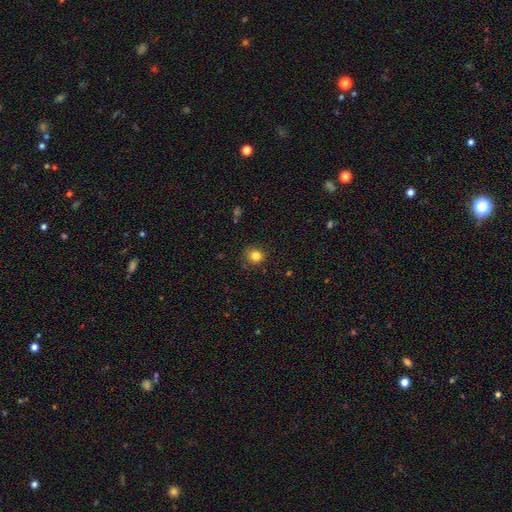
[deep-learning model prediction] A smooth galaxy with no disk features (83%) that is round (86%).

Vote fractions:
- Smooth or featured? smooth: 83% / star or artifact: 12% / featured or disk: 5%
- How rounded? round: 86% / in between: 13% / cigar-shaped: 1%
- Merging? none: 85% / minor disturbance: 11% / major disturbance: 3% / merger: 1%